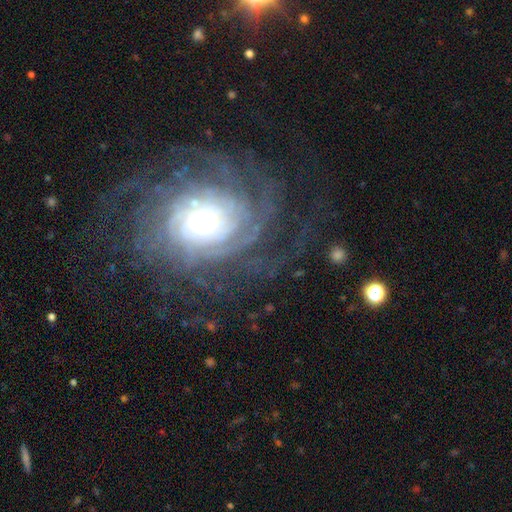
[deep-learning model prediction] This is clearly a featured or disk galaxy (86%). It is clearly not viewed edge-on (97%). Bar: likely no (73%). Spiral arm pattern: clearly yes (96%). Spiral arm count: marginally can't tell (29%). Spiral winding: likely tight (73%). Central bulge: possibly small (47%). Merging: likely none (73%).